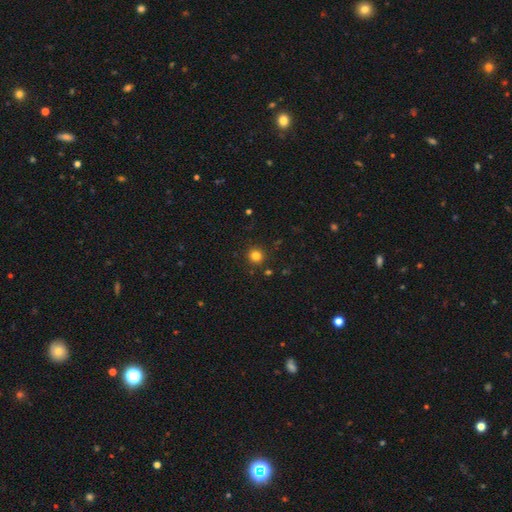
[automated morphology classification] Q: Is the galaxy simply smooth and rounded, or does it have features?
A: smooth — 81%.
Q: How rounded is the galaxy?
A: round — 92%.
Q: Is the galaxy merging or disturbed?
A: none — 90%.